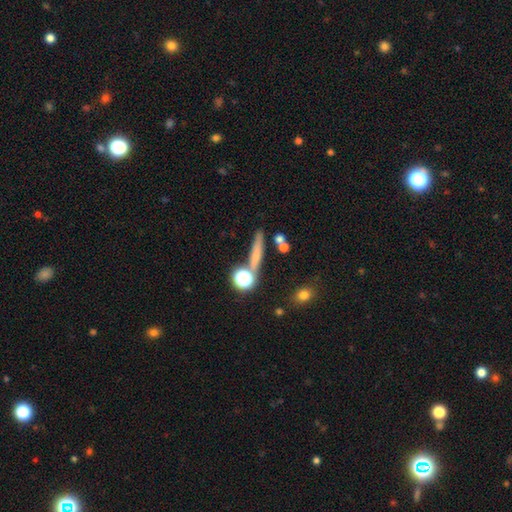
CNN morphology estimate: type=smooth (58%); roundness=cigar-shaped (74%); merging=none (74%).